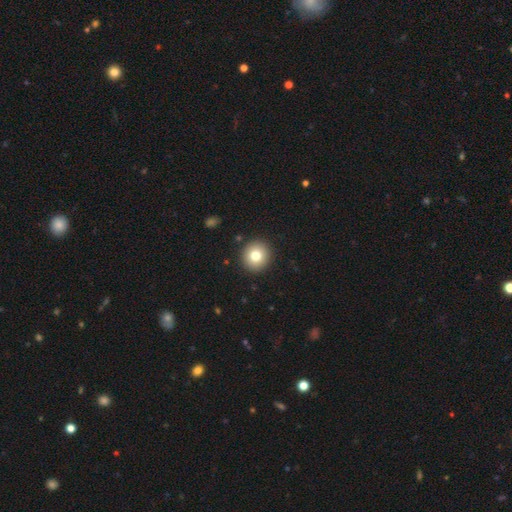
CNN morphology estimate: smooth-or-featured: smooth: 78% | featured or disk: 12% | star or artifact: 11%
  how-rounded: round: 93% | in between: 6% | cigar-shaped: 1%
  merging: none: 92% | minor disturbance: 5% | major disturbance: 2% | merger: 1%